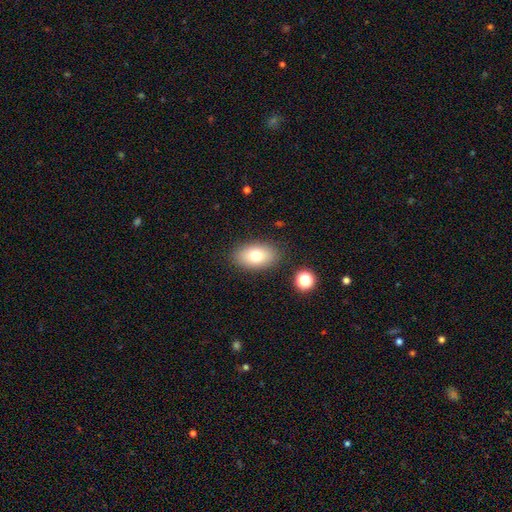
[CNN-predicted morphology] Smooth or featured: smooth — 75% (featured or disk — 15%)
How rounded: in between — 89% (round — 10%)
Merging: none — 85% (minor disturbance — 10%)